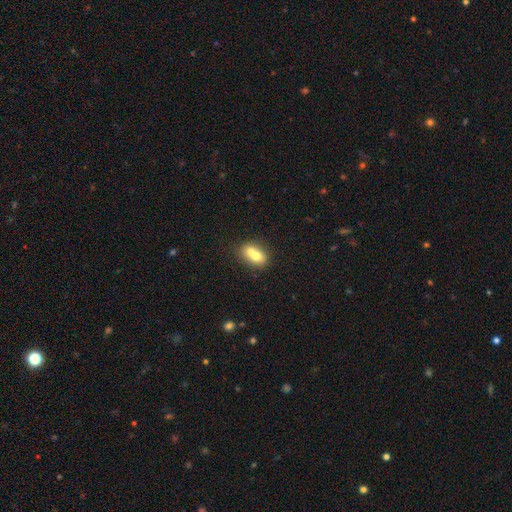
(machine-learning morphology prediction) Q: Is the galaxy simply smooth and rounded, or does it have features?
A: smooth — 67%.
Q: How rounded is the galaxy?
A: in between — 58%.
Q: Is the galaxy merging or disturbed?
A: merger — 63%.